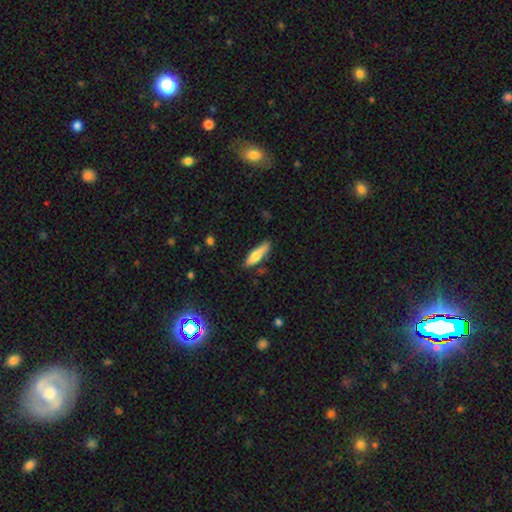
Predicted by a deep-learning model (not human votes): smooth_or_featured: smooth (p=0.61) [alt: featured or disk p=0.33]
how_rounded: cigar-shaped (p=0.71) [alt: in between p=0.27]
merging: none (p=0.76) [alt: minor disturbance p=0.17]